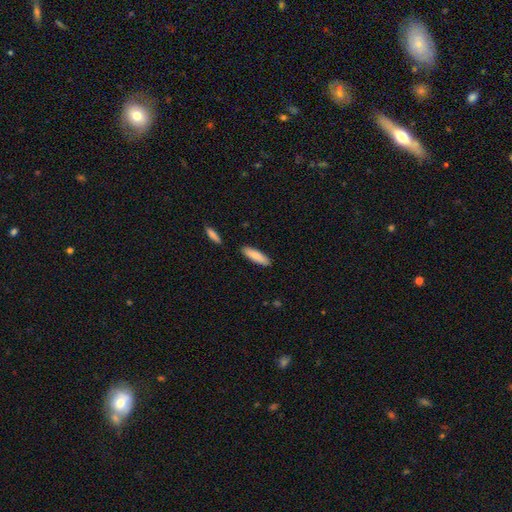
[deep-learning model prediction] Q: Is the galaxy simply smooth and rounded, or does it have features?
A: smooth — 84%.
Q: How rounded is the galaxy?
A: cigar-shaped — 66%.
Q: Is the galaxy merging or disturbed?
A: none — 87%.